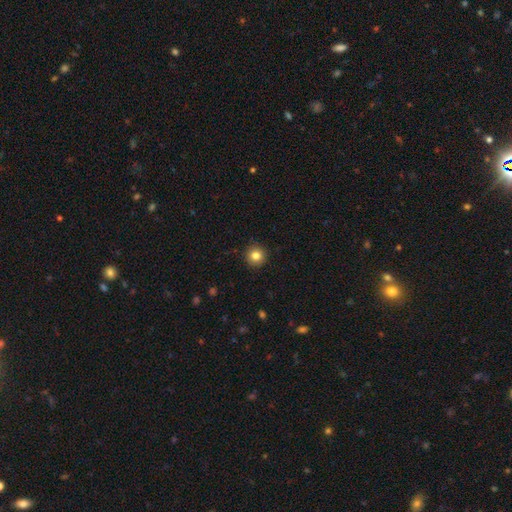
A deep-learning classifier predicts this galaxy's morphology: Overall: smooth (83%). How rounded: round (94%). Merging: none (92%).